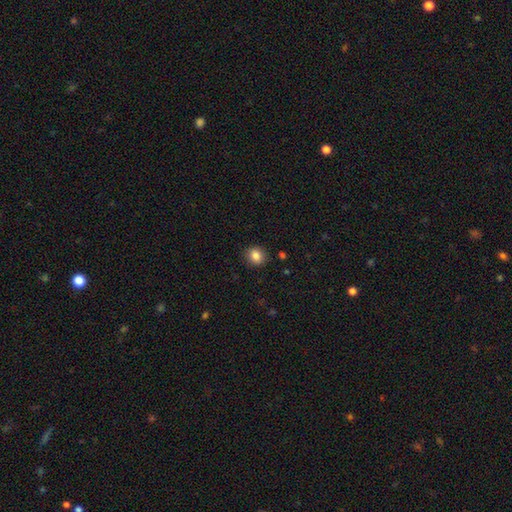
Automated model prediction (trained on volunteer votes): Smooth or featured? Predicted: smooth (p=0.85). How rounded? Predicted: round (p=0.73). Merging? Predicted: none (p=0.89).